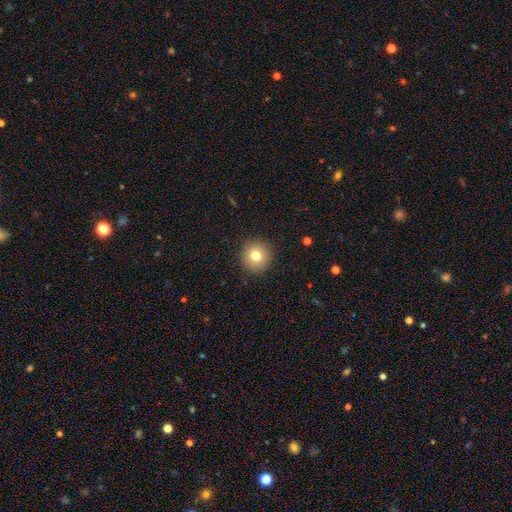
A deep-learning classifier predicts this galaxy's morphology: This appears to be a smooth galaxy with no disk features (77%) that is round (94%). Merging: none (92%).